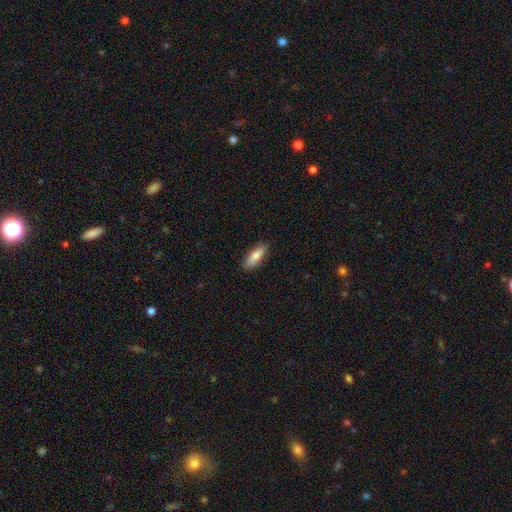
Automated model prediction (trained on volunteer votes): A smooth galaxy with no disk features (77%) that is in between round and cigar-shaped (57%). Merging: none (87%).